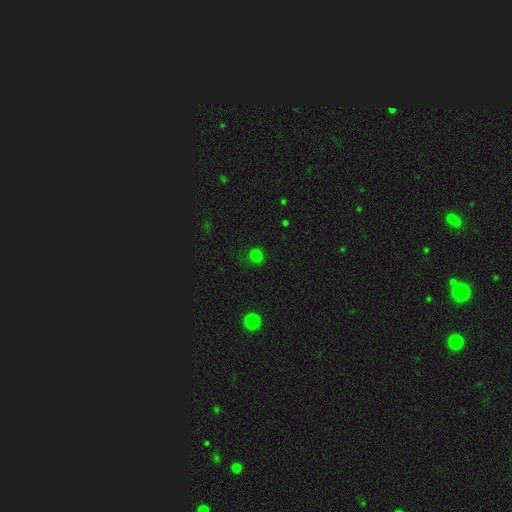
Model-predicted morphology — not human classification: smooth-or-featured: smooth: 73% | star or artifact: 23% | featured or disk: 4%
  how-rounded: round: 76% | in between: 23% | cigar-shaped: 1%
  merging: none: 78% | minor disturbance: 15% | major disturbance: 5% | merger: 2%